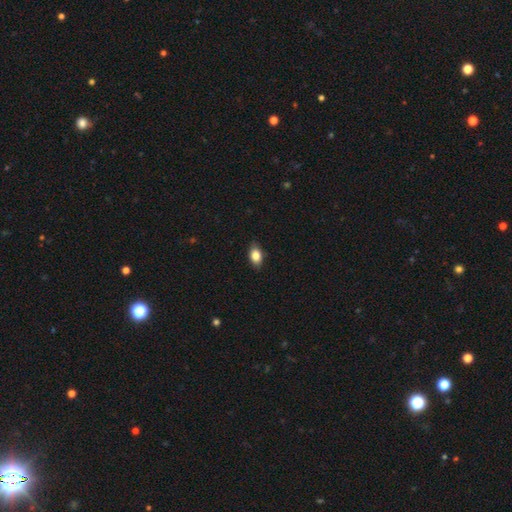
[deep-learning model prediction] Overall: smooth (82%). How rounded: in between (84%). Merging: none (84%).